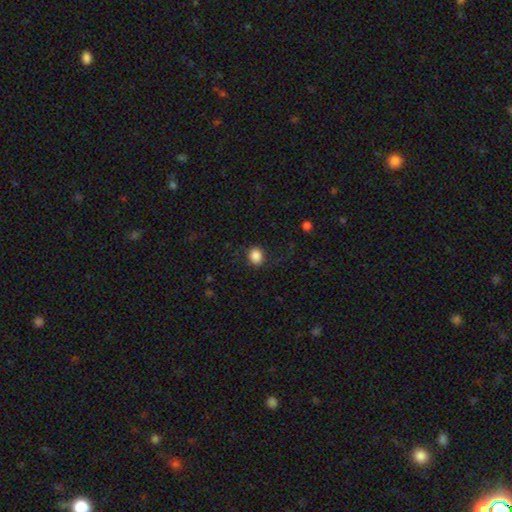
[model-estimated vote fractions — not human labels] A smooth galaxy with no disk features (87%) that is round (56%).

Vote fractions:
- Smooth or featured? smooth: 87% / star or artifact: 9% / featured or disk: 4%
- How rounded? round: 56% / in between: 43% / cigar-shaped: 1%
- Merging? none: 85% / minor disturbance: 10% / major disturbance: 4% / merger: 1%